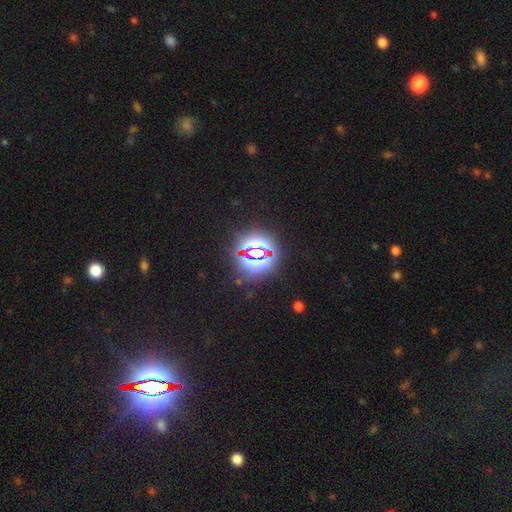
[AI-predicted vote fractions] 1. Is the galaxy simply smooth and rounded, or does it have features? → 79% star or artifact, 12% smooth, 9% featured or disk.